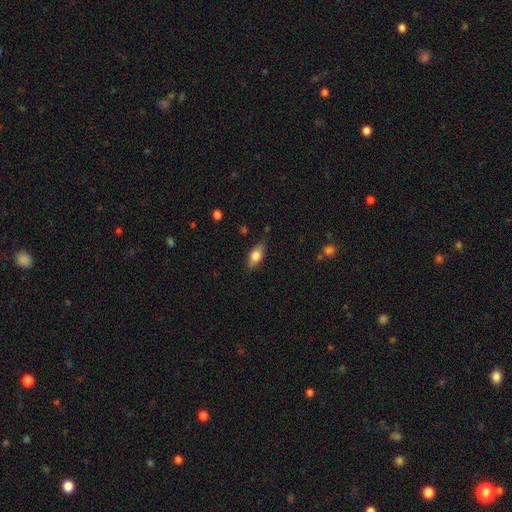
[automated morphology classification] Smooth or featured?
  - smooth: 69% *
  - featured or disk: 24%
  - star or artifact: 7%
How rounded?
  - in between: 80% *
  - cigar-shaped: 16%
  - round: 4%
Merging?
  - none: 82% *
  - minor disturbance: 14%
  - major disturbance: 3%
  - merger: 1%